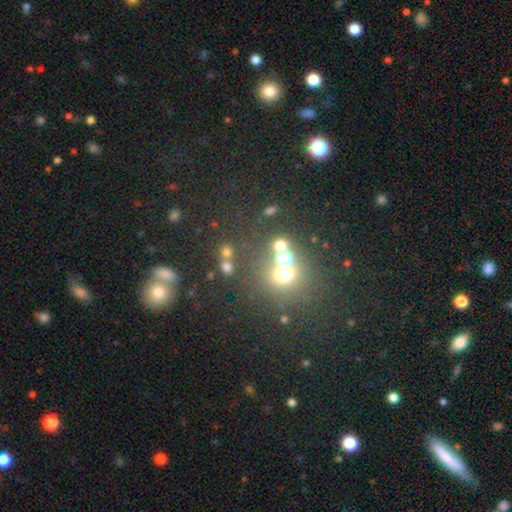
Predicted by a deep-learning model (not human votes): smooth-or-featured: star or artifact: 45% | smooth: 43% | featured or disk: 12%